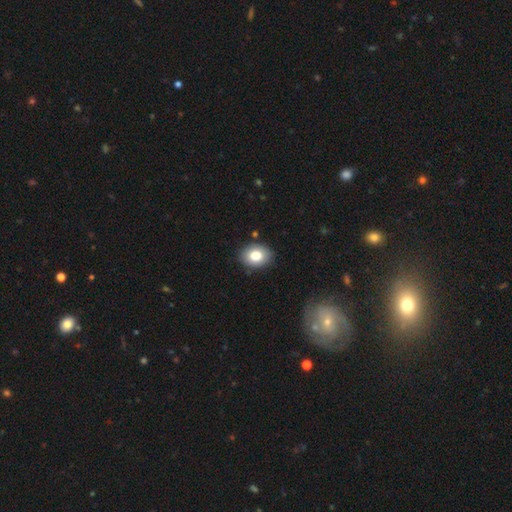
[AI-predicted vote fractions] Morphology: type=smooth (81%); roundness=in between (66%); merging=none (86%).